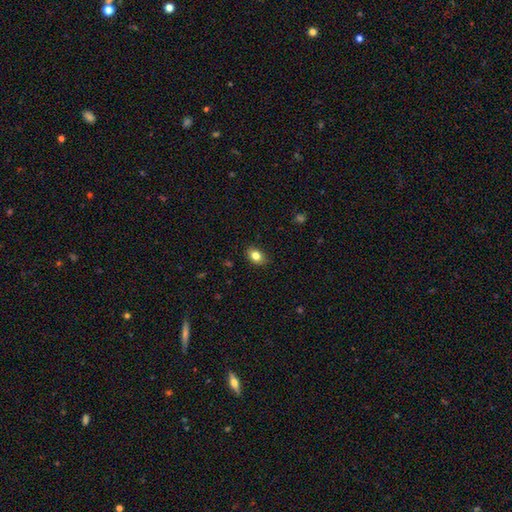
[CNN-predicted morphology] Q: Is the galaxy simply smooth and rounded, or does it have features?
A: smooth — 82%.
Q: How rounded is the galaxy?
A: in between — 76%.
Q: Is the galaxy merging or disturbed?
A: none — 86%.